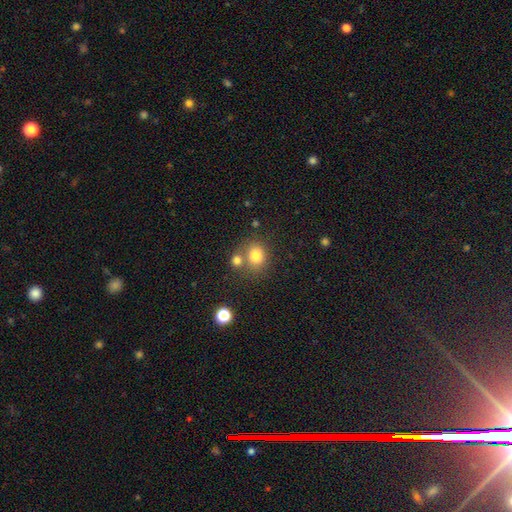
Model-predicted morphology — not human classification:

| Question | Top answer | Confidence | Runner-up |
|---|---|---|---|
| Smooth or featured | smooth | 79% | star or artifact (12%) |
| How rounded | round | 74% | in between (25%) |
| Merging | none | 58% | merger (28%) |